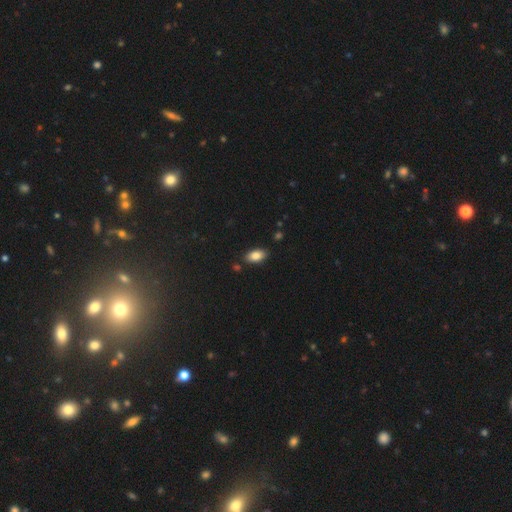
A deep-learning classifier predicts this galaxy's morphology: Smooth or featured?
  - smooth: 84% *
  - featured or disk: 8%
  - star or artifact: 8%
How rounded?
  - in between: 93% *
  - round: 4%
  - cigar-shaped: 3%
Merging?
  - none: 84% *
  - minor disturbance: 10%
  - merger: 3%
  - major disturbance: 2%